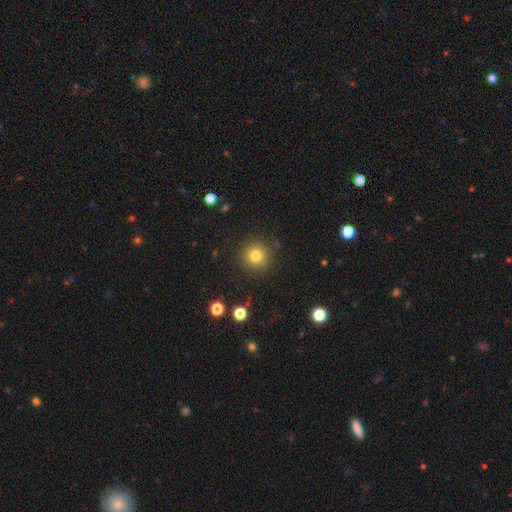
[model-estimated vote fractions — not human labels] Smooth or featured?
  - smooth: 80% *
  - star or artifact: 13%
  - featured or disk: 7%
How rounded?
  - round: 94% *
  - in between: 5%
  - cigar-shaped: 1%
Merging?
  - none: 88% *
  - minor disturbance: 7%
  - major disturbance: 3%
  - merger: 2%